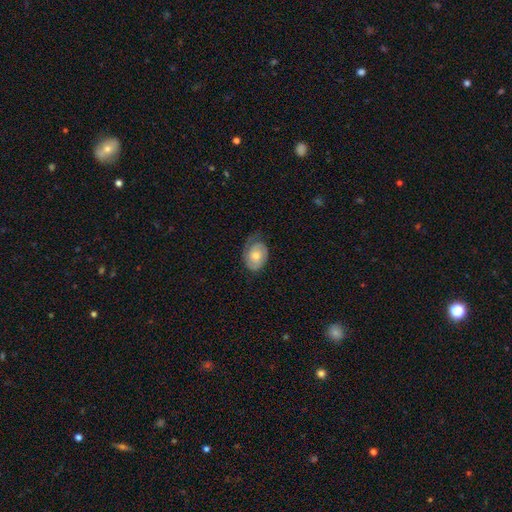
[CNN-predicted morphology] smooth_or_featured: featured or disk (p=0.55) [alt: smooth p=0.38]
disk_edge_on: no (p=0.96) [alt: yes p=0.04]
bar: no (p=0.78) [alt: weak p=0.18]
has_spiral_arms: yes (p=0.82) [alt: no p=0.18]
bulge_size: moderate (p=0.57) [alt: small p=0.37]
merging: none (p=0.54) [alt: minor disturbance p=0.29]